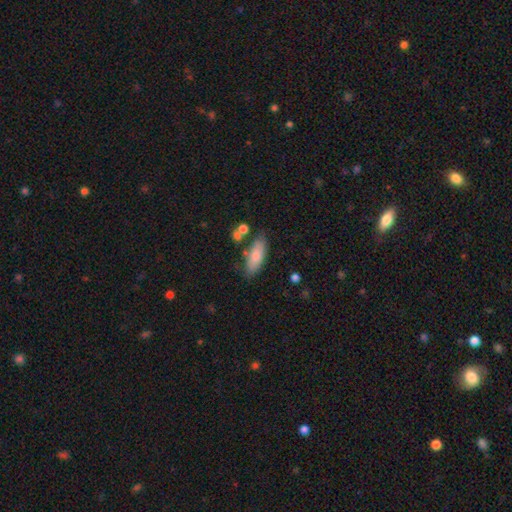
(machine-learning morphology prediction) type=smooth (78%); roundness=in between (70%); merging=none (72%).